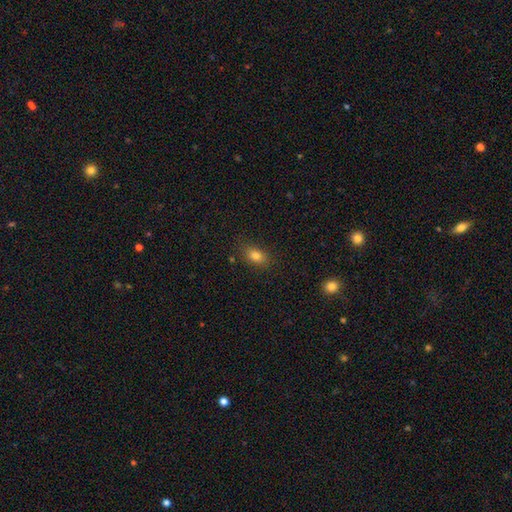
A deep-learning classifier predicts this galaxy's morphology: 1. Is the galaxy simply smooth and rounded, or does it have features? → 81% smooth, 11% star or artifact, 8% featured or disk.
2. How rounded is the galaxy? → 79% in between, 18% round, 3% cigar-shaped.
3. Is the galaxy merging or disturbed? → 82% none, 13% minor disturbance, 3% major disturbance, 2% merger.